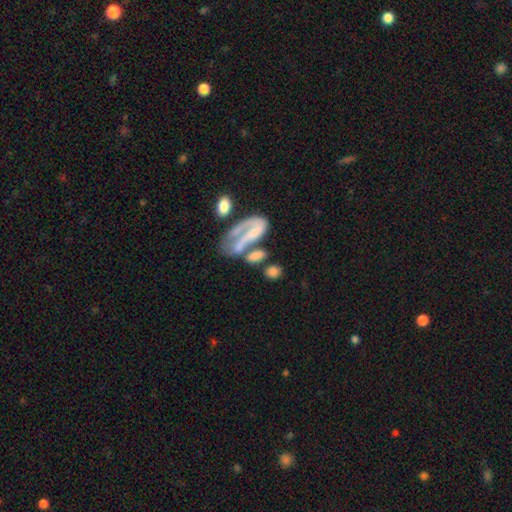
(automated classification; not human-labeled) Smooth or featured?
  - featured or disk: 45% * (tied)
  - smooth: 45% * (tied)
  - star or artifact: 10%
Merging?
  - merger: 40% *
  - major disturbance: 26%
  - none: 22%
  - minor disturbance: 12%